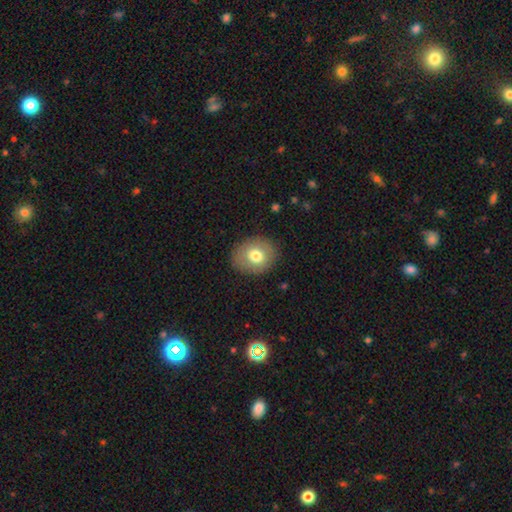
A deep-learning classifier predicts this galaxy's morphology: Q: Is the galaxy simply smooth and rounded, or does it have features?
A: smooth — 74%.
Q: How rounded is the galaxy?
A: round — 62%.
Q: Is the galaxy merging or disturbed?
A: none — 86%.